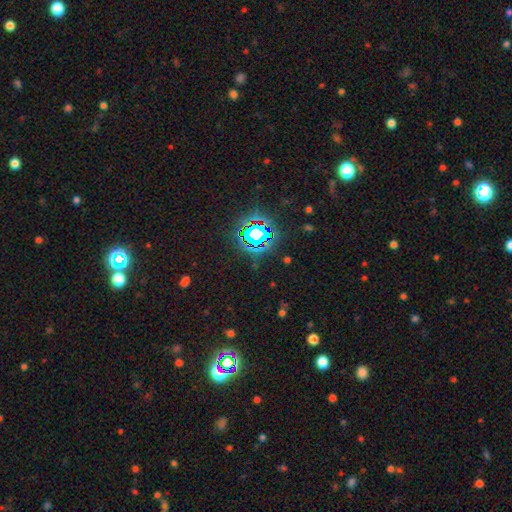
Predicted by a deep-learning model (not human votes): smooth-or-featured: star or artifact: 80% | smooth: 13% | featured or disk: 7%